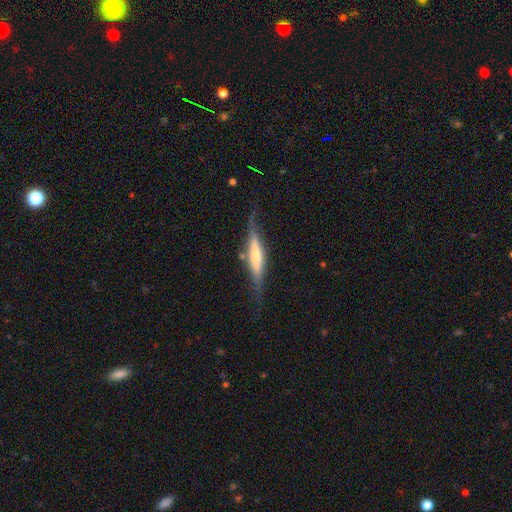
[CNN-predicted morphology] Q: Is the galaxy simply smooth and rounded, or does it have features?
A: featured or disk — 61%.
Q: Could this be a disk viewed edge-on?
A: yes — 92%.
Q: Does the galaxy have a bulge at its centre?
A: rounded — 41%.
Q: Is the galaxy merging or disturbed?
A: none — 70%.